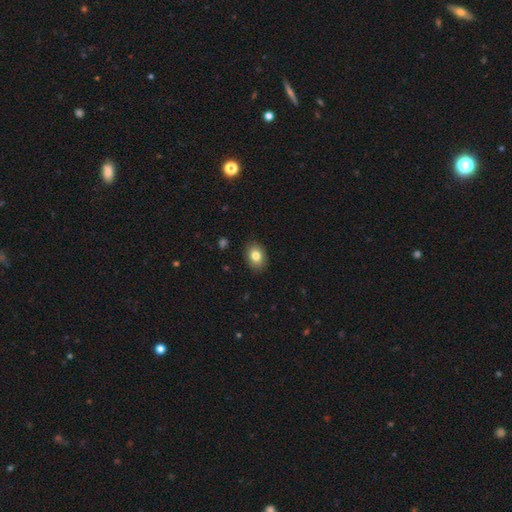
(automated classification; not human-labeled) A smooth galaxy with no disk features (81%) that is in between round and cigar-shaped (72%).

Vote fractions:
- Smooth or featured? smooth: 81% / featured or disk: 10% / star or artifact: 9%
- How rounded? in between: 72% / round: 27% / cigar-shaped: 1%
- Merging? none: 88% / minor disturbance: 9% / major disturbance: 2% / merger: 1%